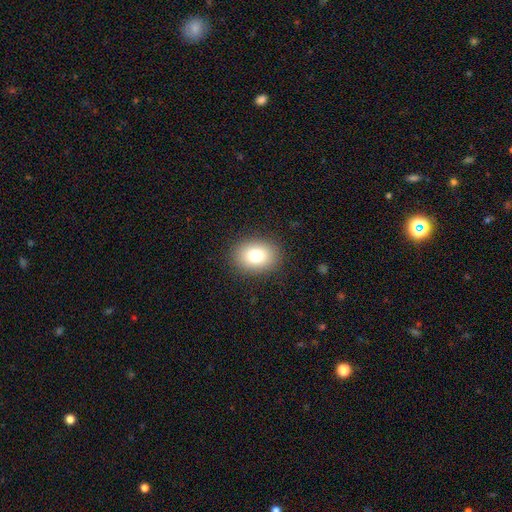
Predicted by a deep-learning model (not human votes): Smooth or featured? Predicted: smooth (p=0.80). How rounded? Predicted: in between (p=0.58). Merging? Predicted: none (p=0.88).